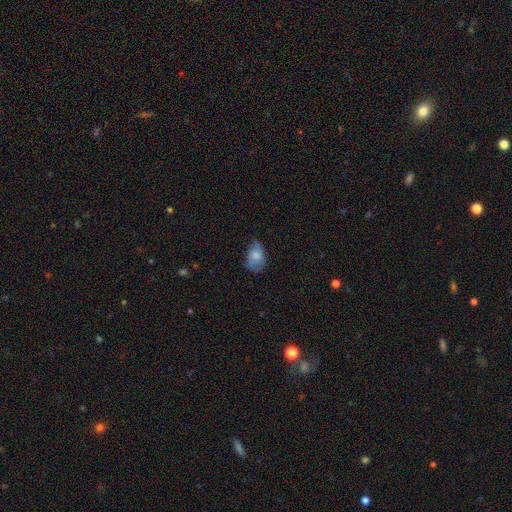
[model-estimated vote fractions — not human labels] A smooth galaxy with no disk features (73%) that is in between round and cigar-shaped (87%). Merging: none (52%).